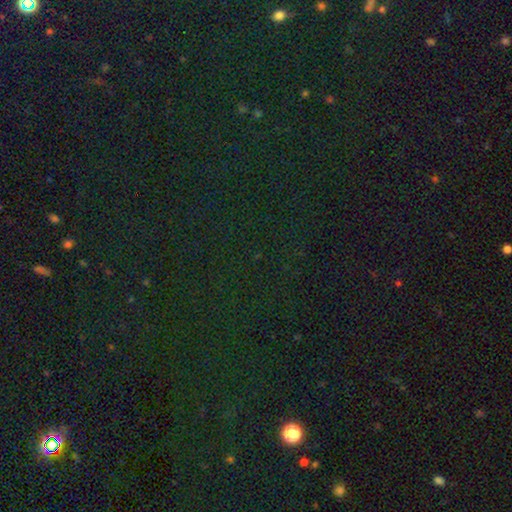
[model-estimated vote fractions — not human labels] Smooth or featured? star or artifact (81%)